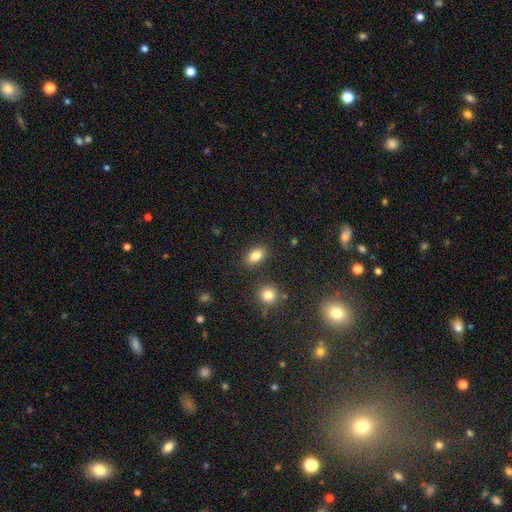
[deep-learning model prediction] This appears to be a smooth galaxy with no disk features (82%) that is in between round and cigar-shaped (85%). Merging: none (85%).